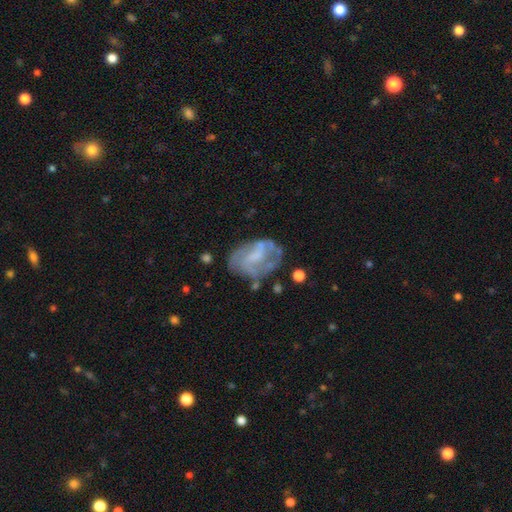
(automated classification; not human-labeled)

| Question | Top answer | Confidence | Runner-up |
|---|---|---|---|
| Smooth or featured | featured or disk | 68% | smooth (24%) |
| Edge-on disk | no | 97% | yes (3%) |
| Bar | weak | 45% | no (37%) |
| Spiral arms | yes | 68% | no (32%) |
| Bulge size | none | 43% | small (29%) |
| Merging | none | 53% | minor disturbance (24%) |